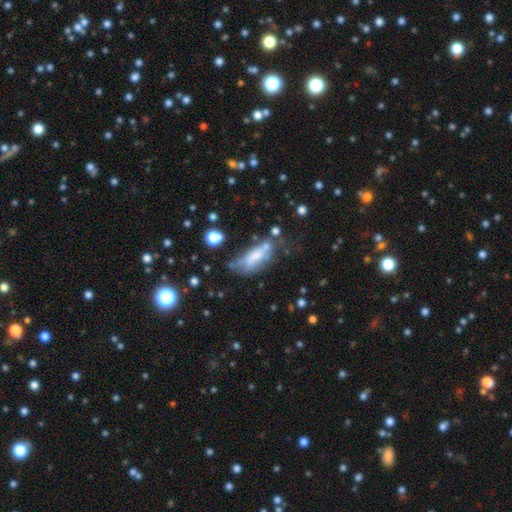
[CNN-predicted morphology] smooth-or-featured: smooth: 54% | featured or disk: 35% | star or artifact: 11%
  how-rounded: in between: 69% | cigar-shaped: 28% | round: 3%
  merging: none: 33% | minor disturbance: 27% | major disturbance: 25% | merger: 16%